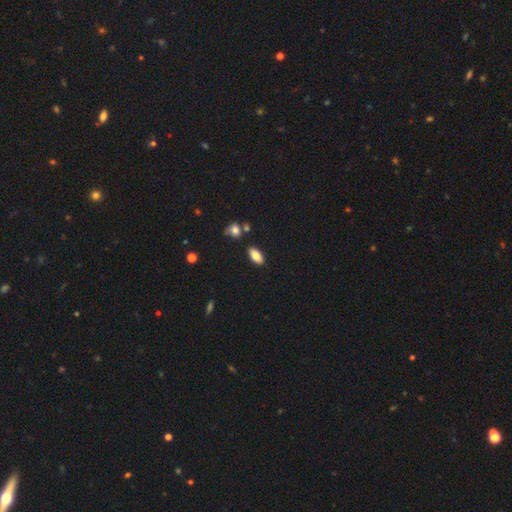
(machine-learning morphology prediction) A smooth galaxy with no disk features (78%) that is in between round and cigar-shaped (89%). Merging: none (84%).